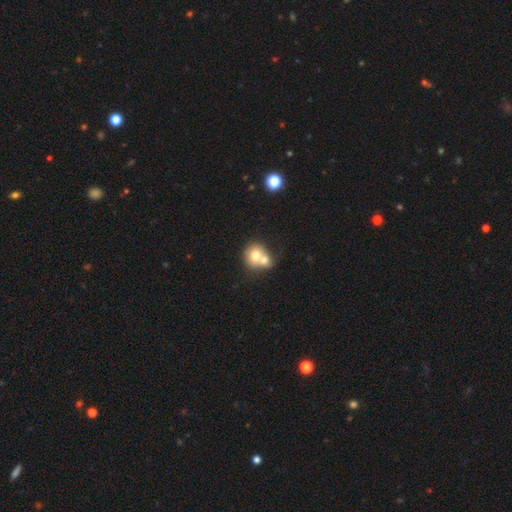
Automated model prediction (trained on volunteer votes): Morphology: type=smooth (68%); roundness=round (76%); merging=merger (67%).